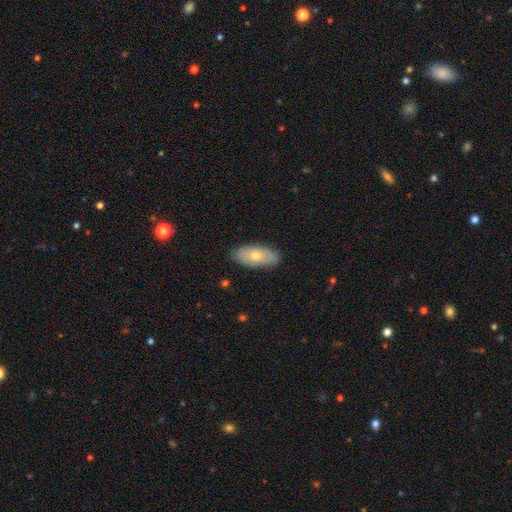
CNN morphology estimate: Smooth or featured? Predicted: smooth (p=0.60). How rounded? Predicted: in between (p=0.87). Merging? Predicted: none (p=0.84).